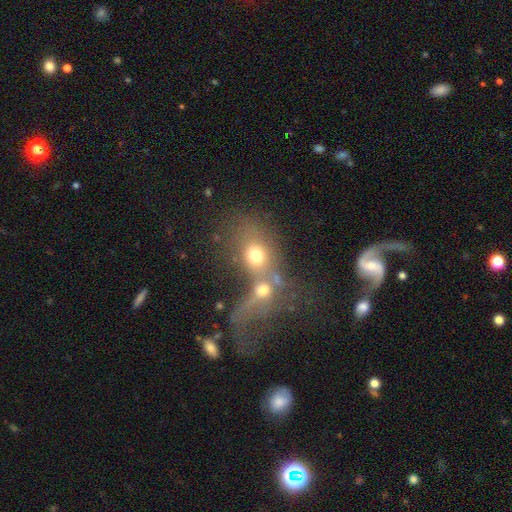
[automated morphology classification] Smooth or featured: smooth — 63% (featured or disk — 22%)
How rounded: round — 49% (in between — 48%)
Merging: merger — 68% (none — 16%)